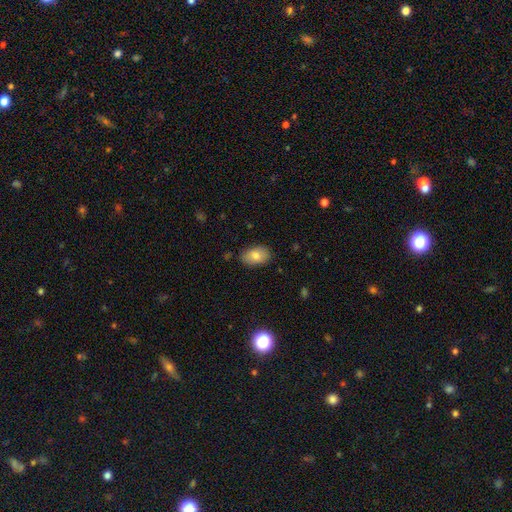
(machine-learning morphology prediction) Q: Smooth or featured?
A: smooth (80%); runner-up: featured or disk (12%)
Q: How rounded?
A: in between (90%); runner-up: round (9%)
Q: Merging?
A: none (83%); runner-up: minor disturbance (13%)